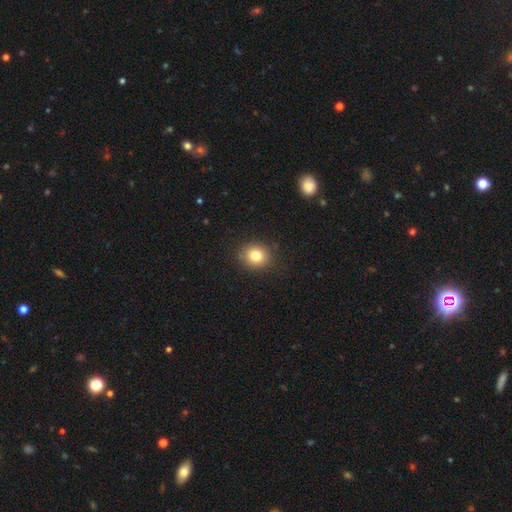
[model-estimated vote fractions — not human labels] The model was most divided on "how rounded": round: 79%, in between: 20%, cigar-shaped: 1%. More confident: merging — none (87%); smooth or featured — smooth (80%).